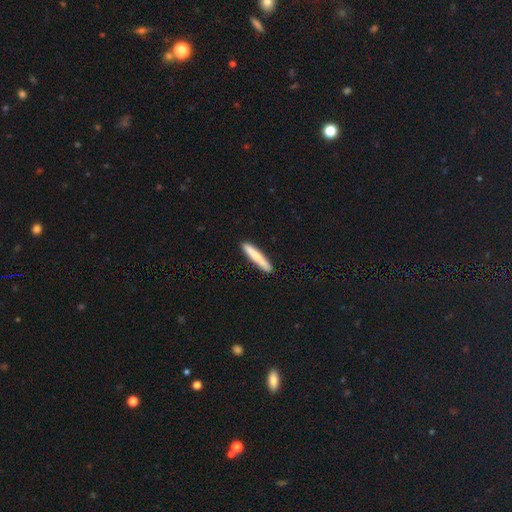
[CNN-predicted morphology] type=smooth (75%); roundness=cigar-shaped (94%); merging=none (91%).